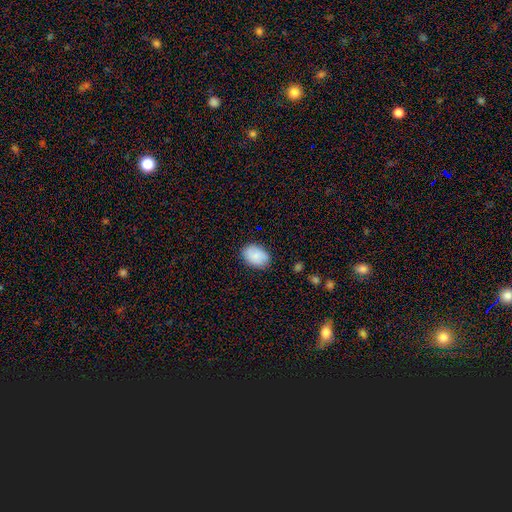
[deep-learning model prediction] Smooth or featured?
  - smooth: 84% *
  - featured or disk: 9%
  - star or artifact: 7%
How rounded?
  - in between: 78% *
  - round: 21%
  - cigar-shaped: 1%
Merging?
  - none: 82% *
  - minor disturbance: 14%
  - major disturbance: 3%
  - merger: 1%